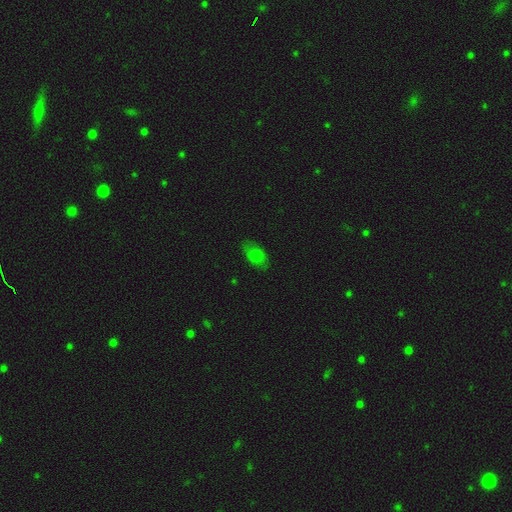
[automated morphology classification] The model was most divided on "smooth or featured": smooth: 71%, featured or disk: 16%, star or artifact: 13%. More confident: how rounded — in between (83%); merging — none (76%).